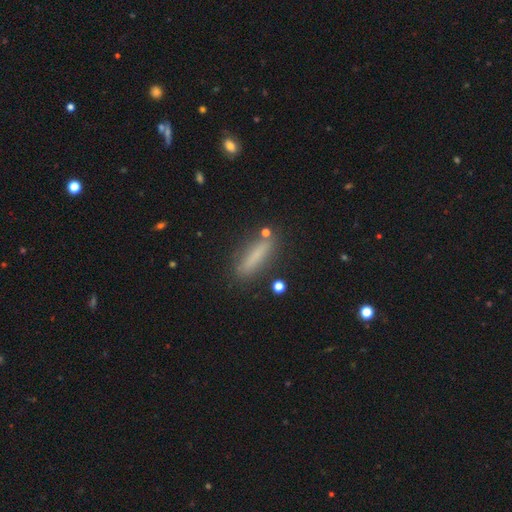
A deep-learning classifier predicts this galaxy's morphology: smooth_or_featured: smooth (p=0.70) [alt: featured or disk p=0.20]
how_rounded: cigar-shaped (p=0.81) [alt: in between p=0.17]
merging: none (p=0.81) [alt: minor disturbance p=0.12]